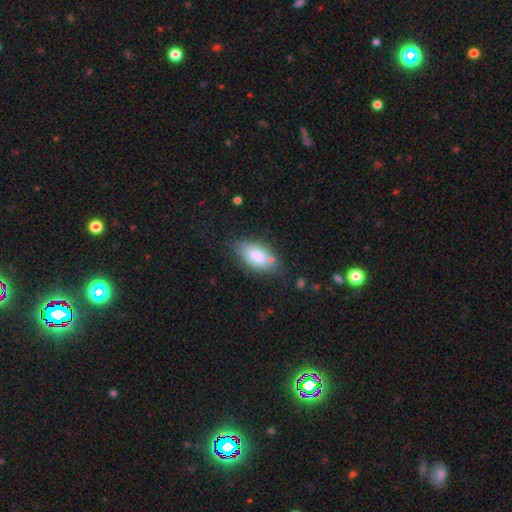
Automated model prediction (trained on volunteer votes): Q: Smooth or featured?
A: smooth (81%); runner-up: featured or disk (13%)
Q: How rounded?
A: in between (91%); runner-up: cigar-shaped (5%)
Q: Merging?
A: none (72%); runner-up: minor disturbance (19%)